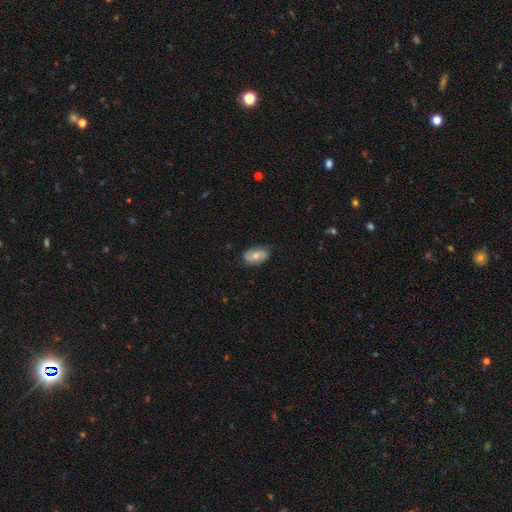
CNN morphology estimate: Smooth or featured? smooth (49%)
Merging? none (76%)